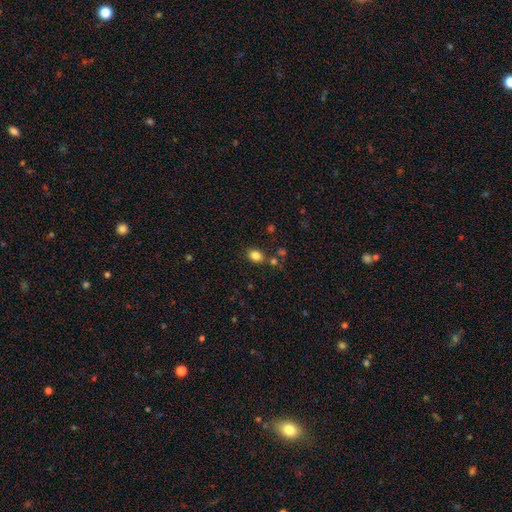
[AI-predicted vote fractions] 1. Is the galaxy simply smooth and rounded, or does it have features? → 83% smooth, 11% star or artifact, 6% featured or disk.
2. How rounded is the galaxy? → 64% in between, 35% round, 1% cigar-shaped.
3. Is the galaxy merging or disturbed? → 76% none, 12% minor disturbance, 9% merger, 4% major disturbance.